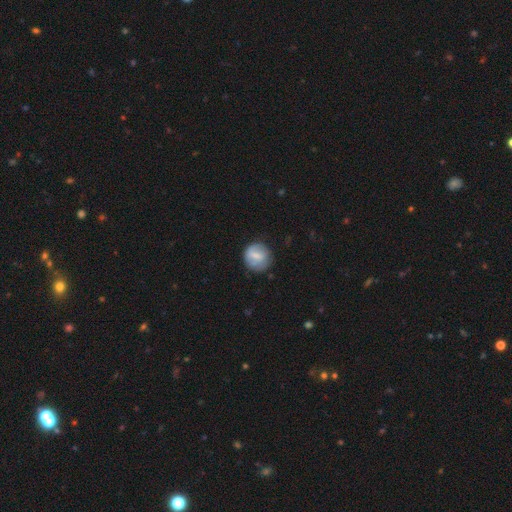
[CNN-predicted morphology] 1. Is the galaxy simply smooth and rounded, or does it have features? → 63% smooth, 29% featured or disk, 7% star or artifact.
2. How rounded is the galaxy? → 85% round, 14% in between, 1% cigar-shaped.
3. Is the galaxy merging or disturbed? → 73% none, 19% minor disturbance, 6% major disturbance, 2% merger.